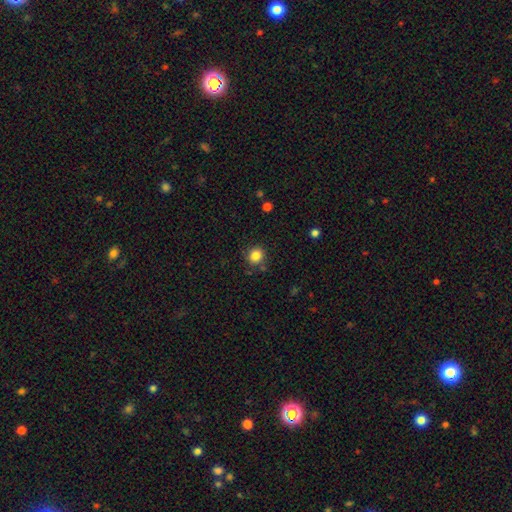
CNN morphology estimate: A smooth galaxy with no disk features (84%) that is round (88%). Merging: none (84%).